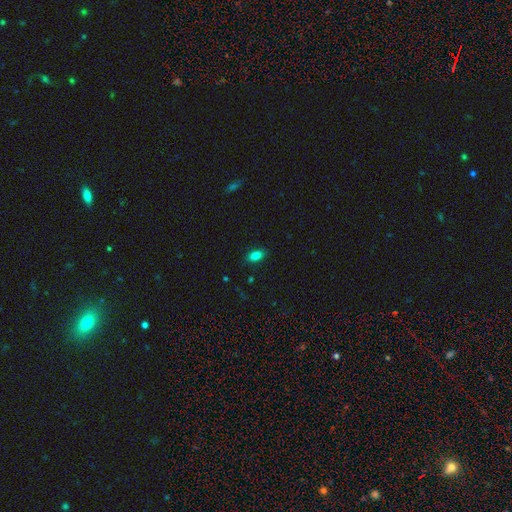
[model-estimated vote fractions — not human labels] Q: Smooth or featured?
A: smooth (83%); runner-up: star or artifact (11%)
Q: How rounded?
A: in between (88%); runner-up: round (7%)
Q: Merging?
A: none (86%); runner-up: minor disturbance (10%)